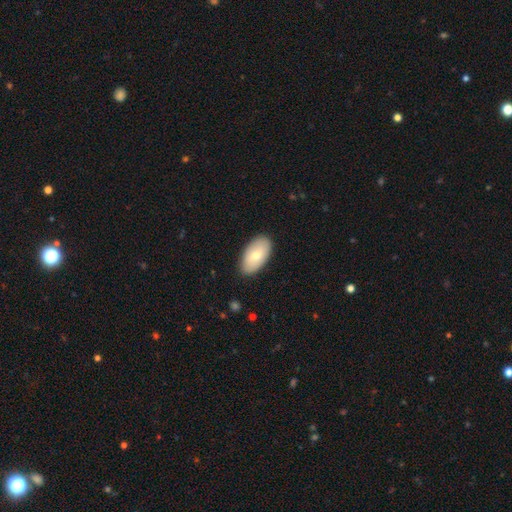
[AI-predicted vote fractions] This is likely a smooth galaxy (73%). How rounded: clearly in between (95%). Merging: clearly none (87%).